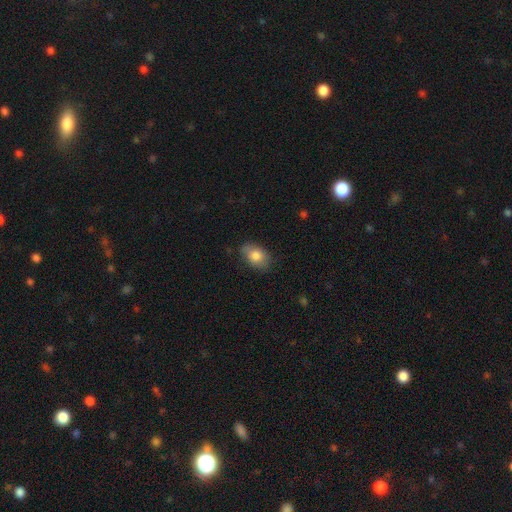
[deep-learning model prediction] Morphology: type=smooth (81%); roundness=in between (82%); merging=none (76%).